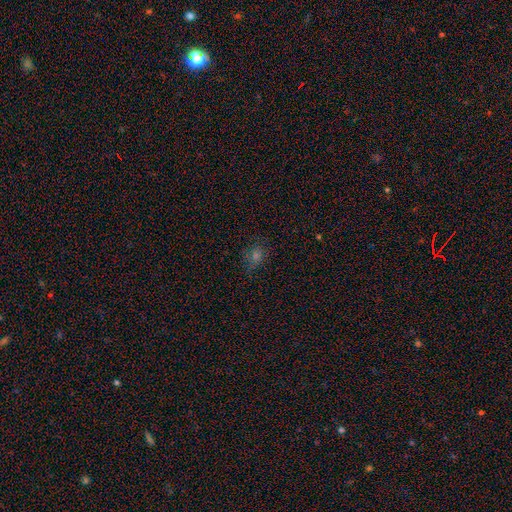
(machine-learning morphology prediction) A smooth galaxy with no disk features (57%) that is round (51%). Merging: none (73%).